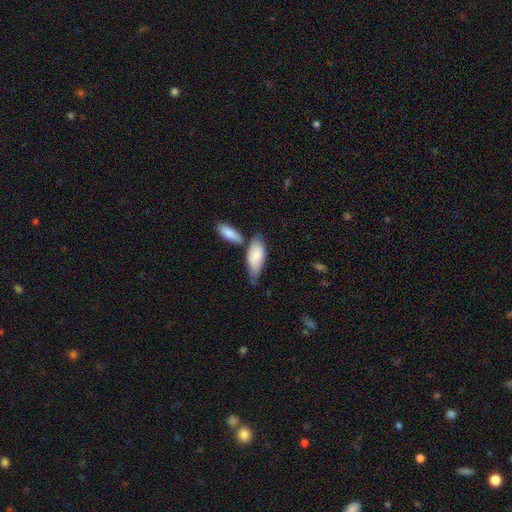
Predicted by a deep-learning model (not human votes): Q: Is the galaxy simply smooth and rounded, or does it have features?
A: smooth — 79%.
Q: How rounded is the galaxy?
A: in between — 80%.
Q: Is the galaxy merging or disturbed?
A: none — 42%.